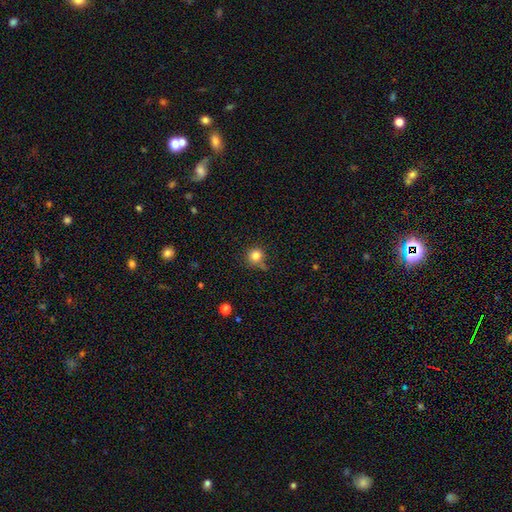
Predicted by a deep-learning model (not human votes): A smooth galaxy with no disk features (81%) that is round (93%).

Vote fractions:
- Smooth or featured? smooth: 81% / star or artifact: 12% / featured or disk: 6%
- How rounded? round: 93% / in between: 6% / cigar-shaped: 1%
- Merging? none: 72% / minor disturbance: 17% / merger: 6% / major disturbance: 5%